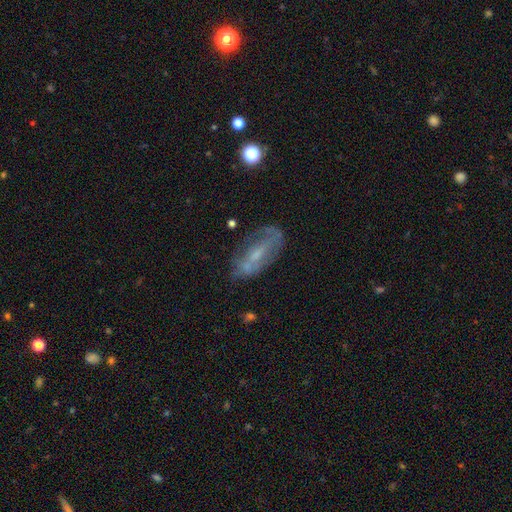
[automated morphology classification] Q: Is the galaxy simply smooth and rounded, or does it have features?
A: featured or disk — 64%.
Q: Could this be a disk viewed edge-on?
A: no — 85%.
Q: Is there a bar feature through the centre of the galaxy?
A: weak — 40%.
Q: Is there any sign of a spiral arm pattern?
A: yes — 63%.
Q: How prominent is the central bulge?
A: small — 58%.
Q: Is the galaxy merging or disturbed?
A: none — 61%.